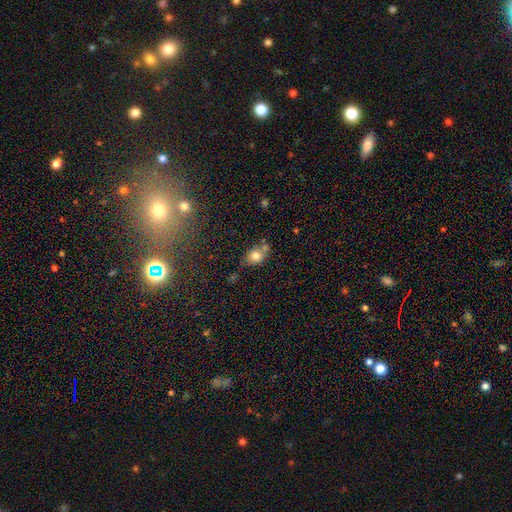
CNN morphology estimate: Smooth or featured? Predicted: smooth (p=0.77). How rounded? Predicted: round (p=0.52). Merging? Predicted: none (p=0.52).